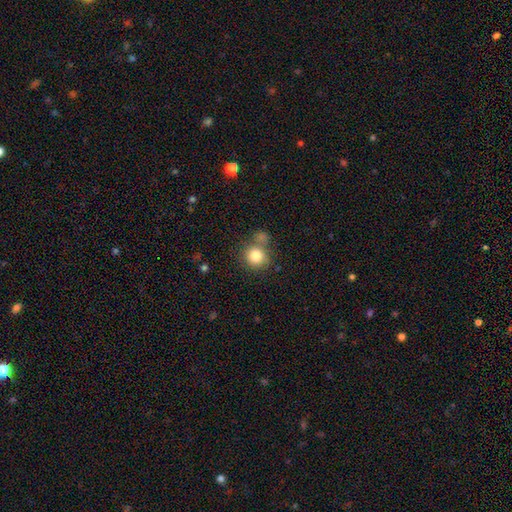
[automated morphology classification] Smooth or featured? smooth (82%)
How rounded? round (89%)
Merging? none (61%)